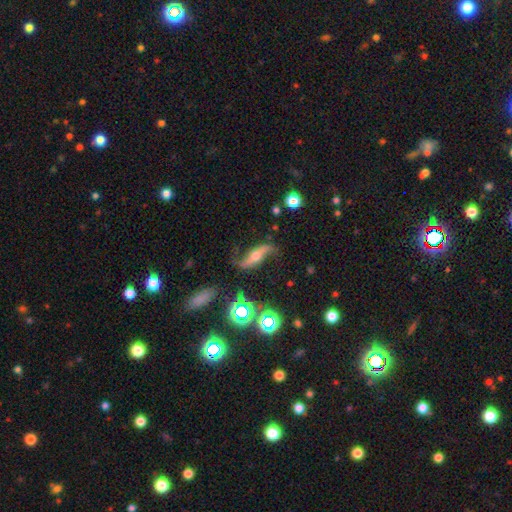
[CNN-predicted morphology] A featured or disk galaxy (80%) with no bar (45%), 2 (93%) loose (91%) spiral arms (94%) and a moderate central bulge (55%). Merging: none (73%).